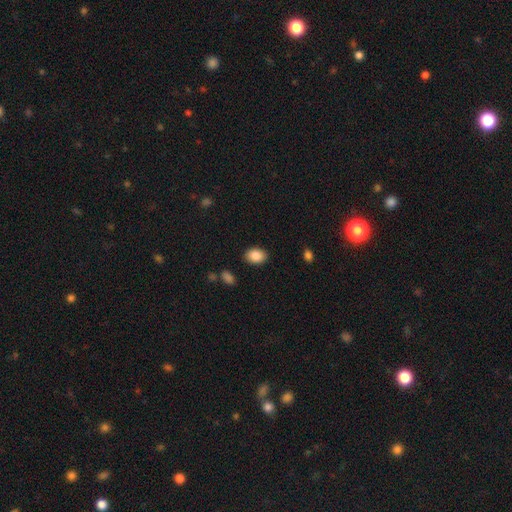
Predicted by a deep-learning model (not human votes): Smooth or featured? Predicted: smooth (p=0.88). How rounded? Predicted: in between (p=0.80). Merging? Predicted: none (p=0.87).